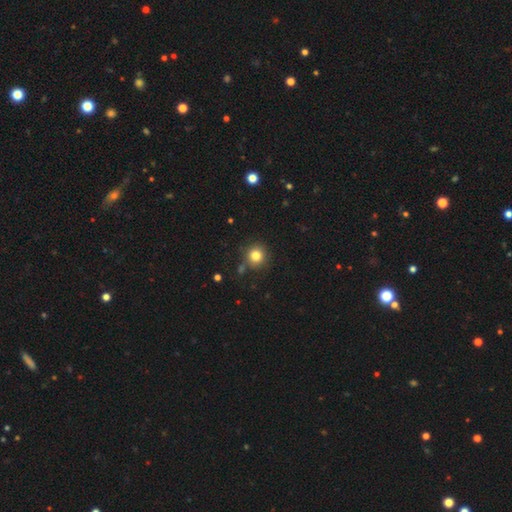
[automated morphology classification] This is clearly a smooth galaxy (81%). How rounded: clearly round (92%). Merging: clearly none (83%).